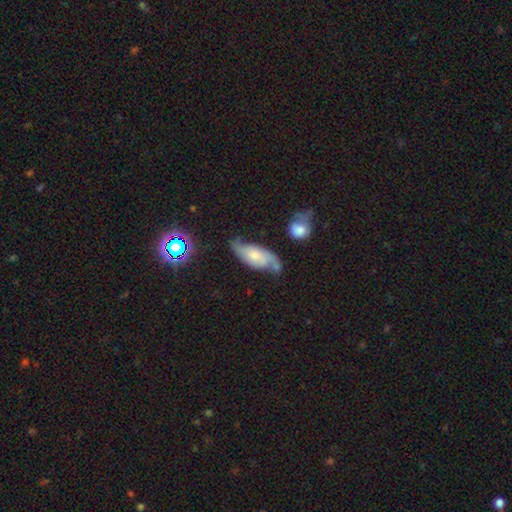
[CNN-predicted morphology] Smooth or featured? featured or disk (67%)
Edge-on disk? no (90%)
Bar? no (64%)
Spiral arms? yes (92%)
Spiral winding? loose (48%)
Spiral arm count? 2 (86%)
Bulge size? moderate (41%)
Merging? none (56%)